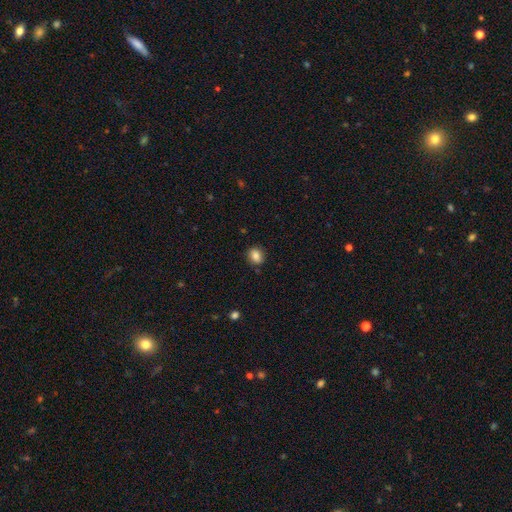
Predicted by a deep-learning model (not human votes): A smooth galaxy with no disk features (84%) that is round (61%).

Vote fractions:
- Smooth or featured? smooth: 84% / star or artifact: 9% / featured or disk: 6%
- How rounded? round: 61% / in between: 38% / cigar-shaped: 1%
- Merging? none: 88% / minor disturbance: 8% / major disturbance: 2% / merger: 1%